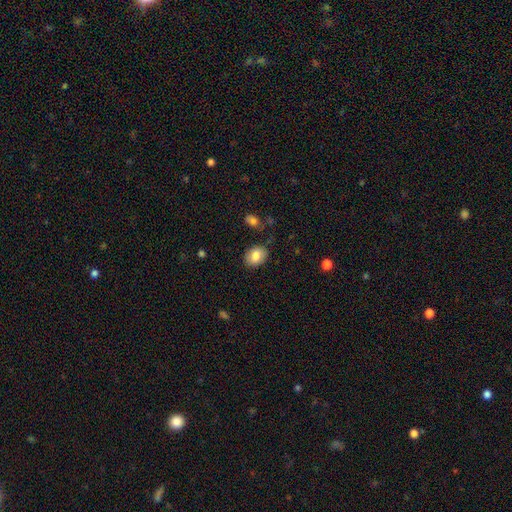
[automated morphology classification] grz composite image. It shows a smooth galaxy with no disk features (82%) that is in between round and cigar-shaped (64%). Merging: none (83%).